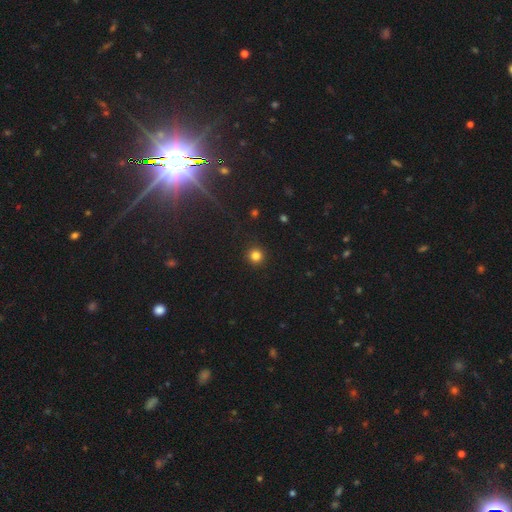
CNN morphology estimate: Q: Smooth or featured?
A: smooth (82%); runner-up: star or artifact (14%)
Q: How rounded?
A: round (95%); runner-up: in between (4%)
Q: Merging?
A: none (92%); runner-up: minor disturbance (5%)